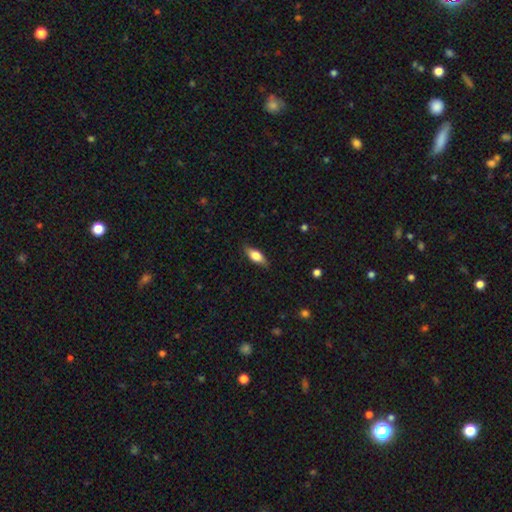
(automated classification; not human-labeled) Smooth or featured?
  - smooth: 69% *
  - featured or disk: 24%
  - star or artifact: 7%
How rounded?
  - in between: 76% *
  - cigar-shaped: 20%
  - round: 4%
Merging?
  - none: 83% *
  - minor disturbance: 13%
  - major disturbance: 3%
  - merger: 1%